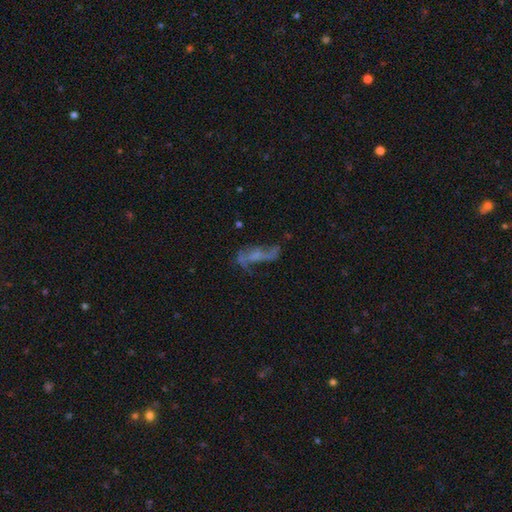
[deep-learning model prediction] The model was most divided on "bulge size": none: 43%, small: 37%, moderate: 16%, large: 3%, dominant: 1%. Remaining: edge-on disk — no (85%); spiral arms — yes (68%); smooth or featured — featured or disk (64%); bar — no (62%); merging — none (48%).